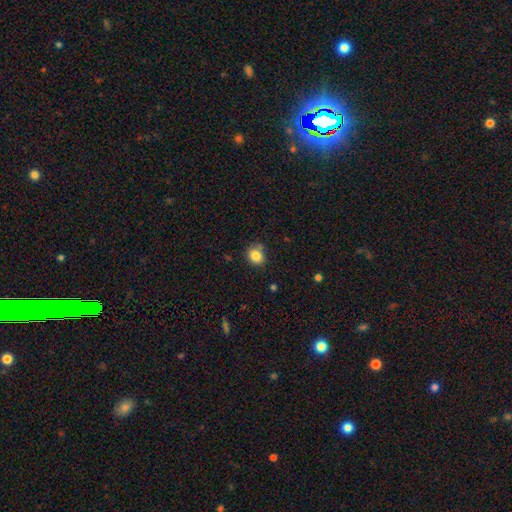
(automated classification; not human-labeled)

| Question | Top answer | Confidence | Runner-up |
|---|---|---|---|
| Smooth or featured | smooth | 83% | star or artifact (11%) |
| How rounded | round | 71% | in between (28%) |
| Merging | none | 74% | minor disturbance (19%) |